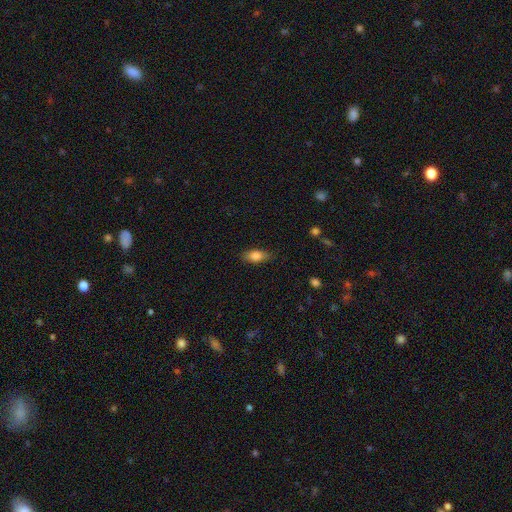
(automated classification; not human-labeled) This appears to be a smooth galaxy with no disk features (82%) that is in between round and cigar-shaped (85%). Merging: none (83%).